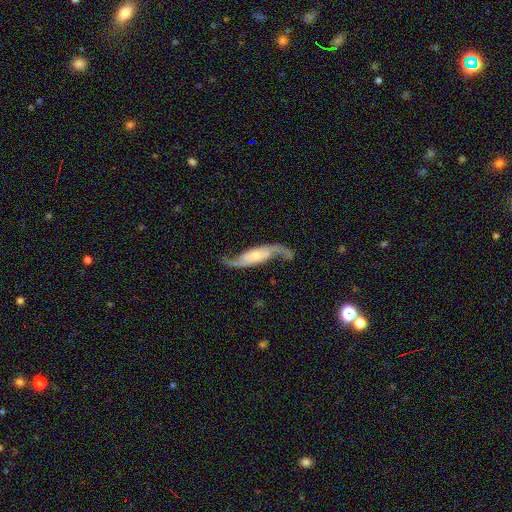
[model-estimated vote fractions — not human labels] featured or disk 88%, smooth 8%, star or artifact 5%. Down the decision tree: edge-on disk — no (89%); bar — no (50%); spiral arms — yes (97%); spiral arm count — 2 (93%); spiral winding — loose (84%); bulge size — small (50%); merging — none (72%).